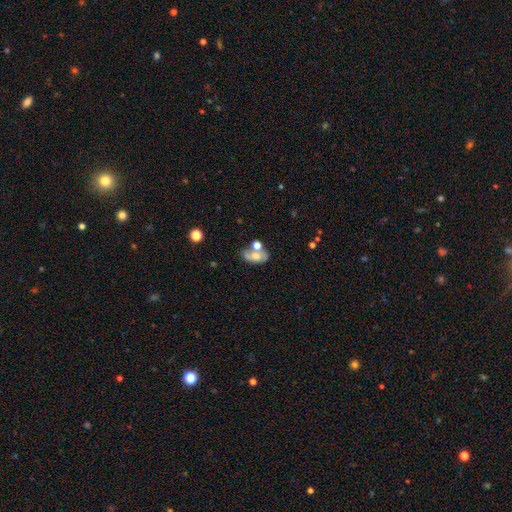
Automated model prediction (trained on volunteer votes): A smooth galaxy with no disk features (48%). Merging: none (36%).